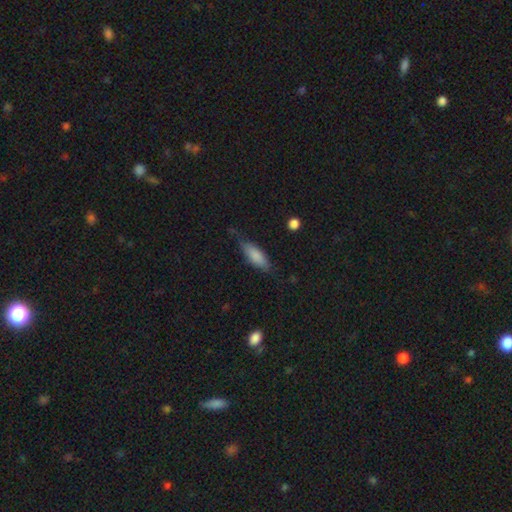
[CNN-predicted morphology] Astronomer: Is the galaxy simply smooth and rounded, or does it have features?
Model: smooth — 78%.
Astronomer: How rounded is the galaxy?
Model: in between — 67%.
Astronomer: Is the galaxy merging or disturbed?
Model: none — 58%.